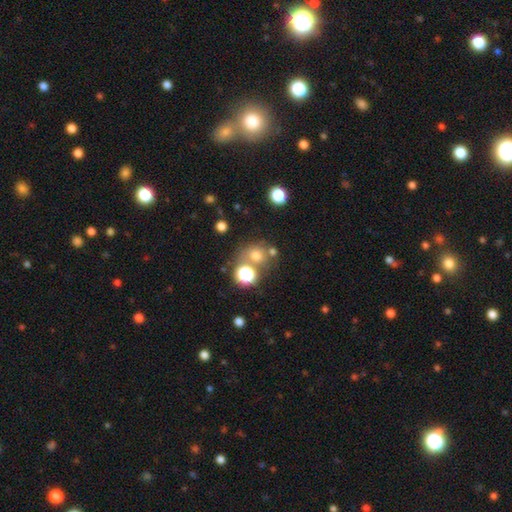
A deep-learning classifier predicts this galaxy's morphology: Smooth or featured?
  - smooth: 67% *
  - star or artifact: 23%
  - featured or disk: 10%
How rounded?
  - round: 79% *
  - in between: 20%
  - cigar-shaped: 1%
Merging?
  - none: 62% *
  - merger: 21%
  - minor disturbance: 11%
  - major disturbance: 6%